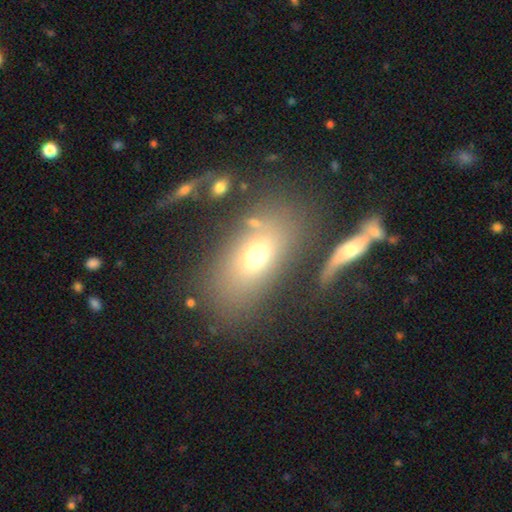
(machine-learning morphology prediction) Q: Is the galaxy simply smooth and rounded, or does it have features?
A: smooth — 64%.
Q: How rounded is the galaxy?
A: in between — 83%.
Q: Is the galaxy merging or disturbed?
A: none — 64%.